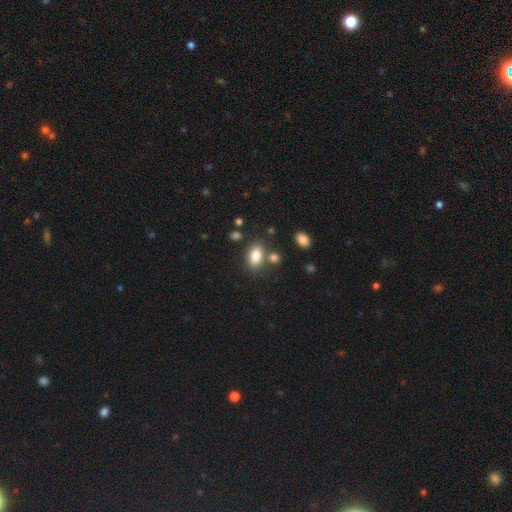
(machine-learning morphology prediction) smooth 83%, star or artifact 9%, featured or disk 8%. Down the decision tree: how rounded — in between (86%); merging — none (71%).